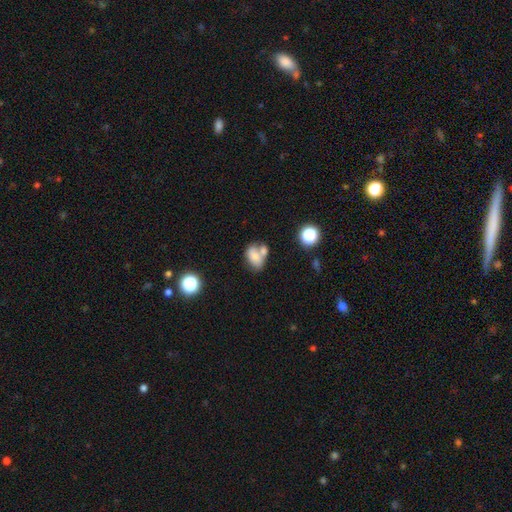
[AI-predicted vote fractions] Overall: smooth (70%). How rounded: in between (80%). Merging: merger (46%; none 34%).